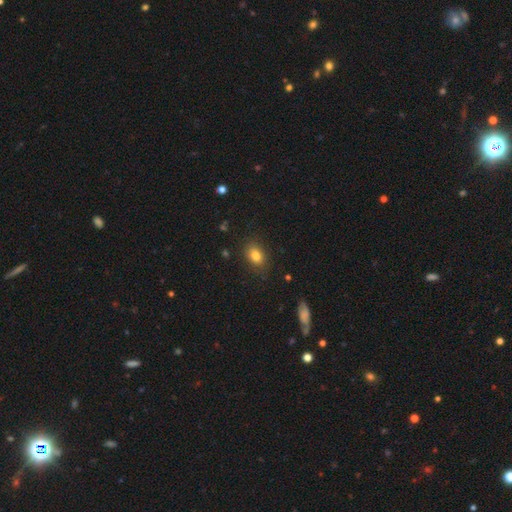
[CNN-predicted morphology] Q: Smooth or featured?
A: smooth (82%); runner-up: star or artifact (10%)
Q: How rounded?
A: in between (78%); runner-up: round (20%)
Q: Merging?
A: none (82%); runner-up: minor disturbance (13%)